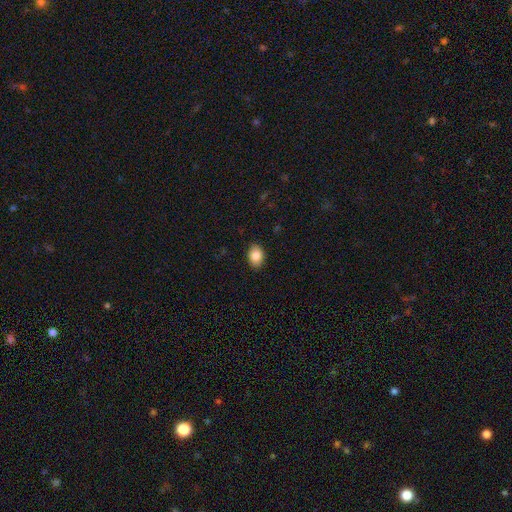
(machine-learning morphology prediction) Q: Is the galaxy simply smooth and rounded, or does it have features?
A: smooth — 86%.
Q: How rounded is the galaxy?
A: in between — 76%.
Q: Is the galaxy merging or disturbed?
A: none — 88%.